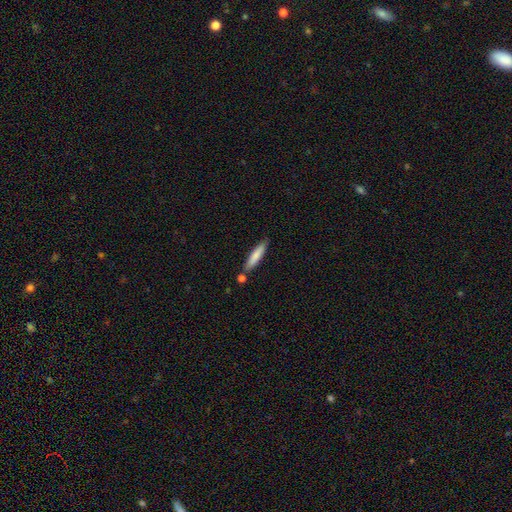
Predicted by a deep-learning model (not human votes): Smooth or featured: smooth — 77% (featured or disk — 17%)
How rounded: cigar-shaped — 87% (in between — 12%)
Merging: none — 77% (minor disturbance — 12%)